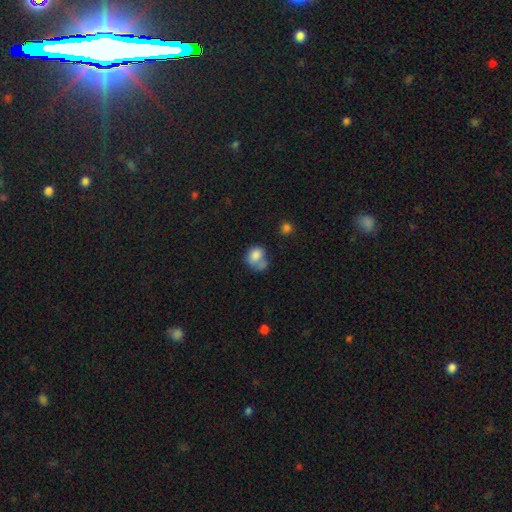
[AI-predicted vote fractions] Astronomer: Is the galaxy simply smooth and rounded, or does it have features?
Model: smooth — 78%.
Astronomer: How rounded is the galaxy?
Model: round — 51% (runner-up: in between, 48%).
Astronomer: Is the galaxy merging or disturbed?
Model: none — 32% (runner-up: merger, 30%).